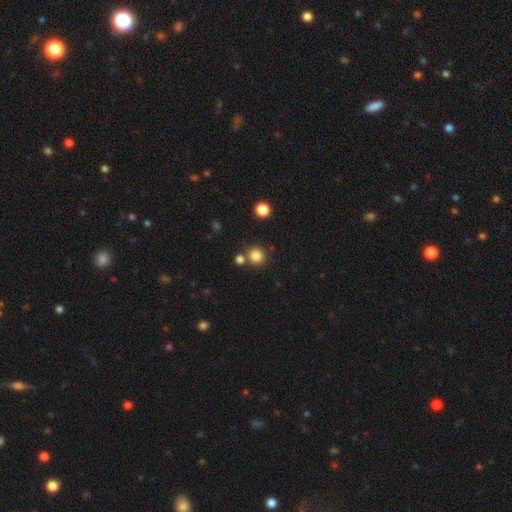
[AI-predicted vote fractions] smooth_or_featured: smooth (p=0.83) [alt: star or artifact p=0.12]
how_rounded: round (p=0.91) [alt: in between p=0.08]
merging: none (p=0.76) [alt: merger p=0.14]